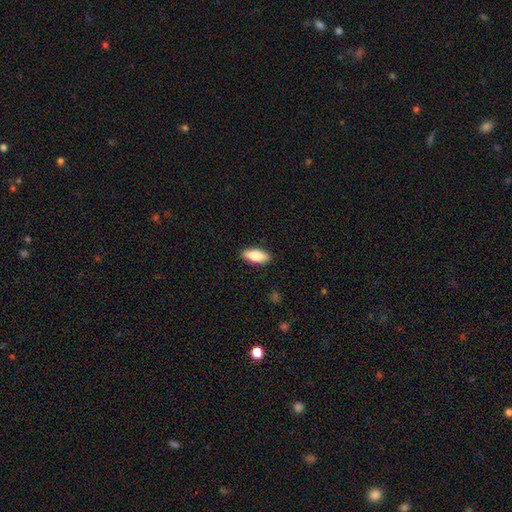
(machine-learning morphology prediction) Q: Smooth or featured?
A: smooth (77%); runner-up: featured or disk (16%)
Q: How rounded?
A: in between (80%); runner-up: cigar-shaped (18%)
Q: Merging?
A: none (90%); runner-up: minor disturbance (7%)